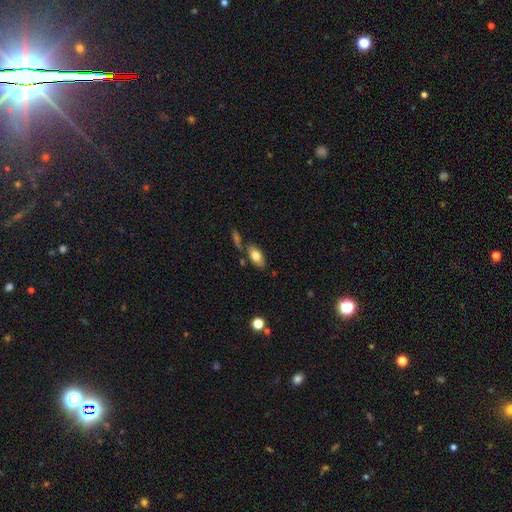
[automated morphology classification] Q: Smooth or featured?
A: smooth (76%); runner-up: featured or disk (17%)
Q: How rounded?
A: in between (91%); runner-up: cigar-shaped (5%)
Q: Merging?
A: none (62%); runner-up: merger (19%)